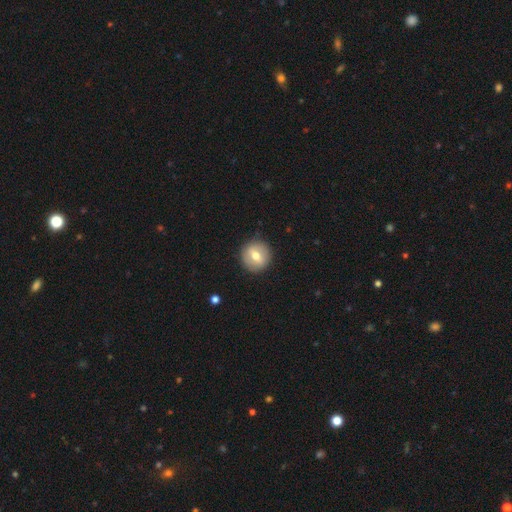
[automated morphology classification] A smooth galaxy with no disk features (61%) that is round (92%). Merging: none (89%).